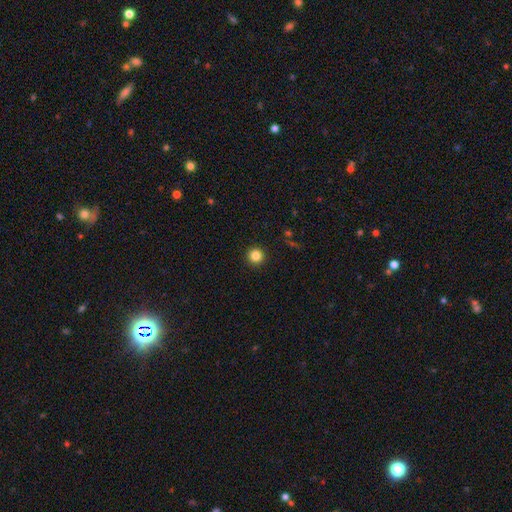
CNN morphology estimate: Q: Smooth or featured?
A: smooth (84%); runner-up: star or artifact (11%)
Q: How rounded?
A: round (96%); runner-up: in between (3%)
Q: Merging?
A: none (93%); runner-up: minor disturbance (4%)